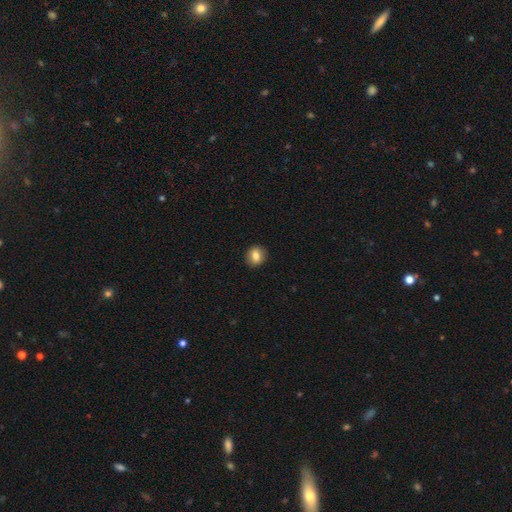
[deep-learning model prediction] Smooth or featured: smooth — 82% (featured or disk — 9%)
How rounded: round — 69% (in between — 29%)
Merging: none — 90% (minor disturbance — 7%)